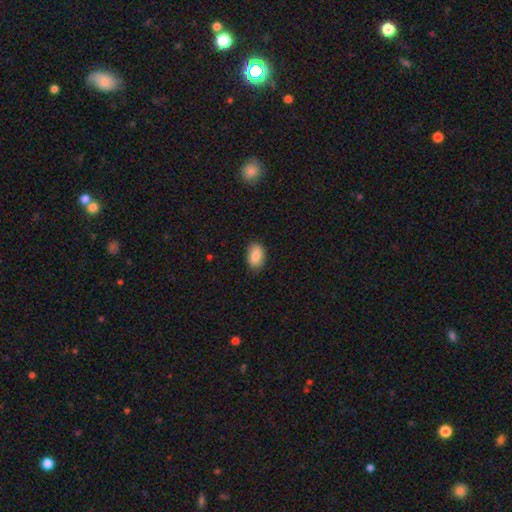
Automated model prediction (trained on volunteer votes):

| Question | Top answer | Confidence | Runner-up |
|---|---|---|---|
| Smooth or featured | smooth | 87% | star or artifact (7%) |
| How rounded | in between | 89% | round (10%) |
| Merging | none | 84% | minor disturbance (12%) |